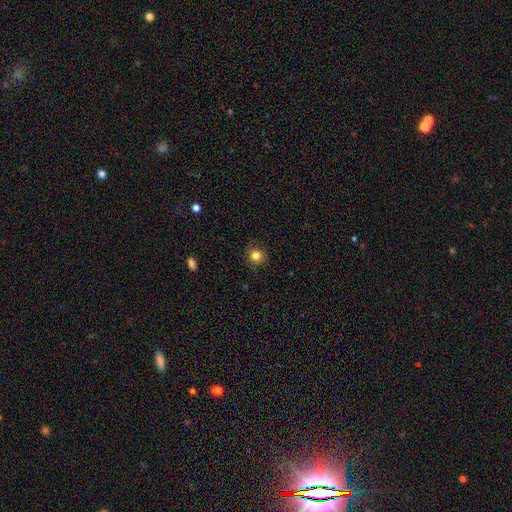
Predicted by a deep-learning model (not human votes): smooth-or-featured: smooth: 83% | star or artifact: 11% | featured or disk: 6%
  how-rounded: round: 92% | in between: 7% | cigar-shaped: 1%
  merging: none: 88% | minor disturbance: 9% | major disturbance: 2% | merger: 1%